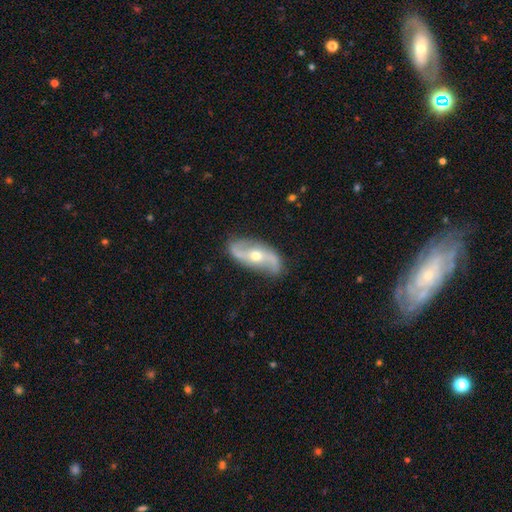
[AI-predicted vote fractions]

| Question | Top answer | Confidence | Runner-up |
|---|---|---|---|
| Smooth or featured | featured or disk | 86% | smooth (9%) |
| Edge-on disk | no | 93% | yes (7%) |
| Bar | no | 52% | weak (29%) |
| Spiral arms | yes | 94% | no (6%) |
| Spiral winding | loose | 70% | medium (22%) |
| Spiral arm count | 2 | 93% | can't tell (3%) |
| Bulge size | moderate | 61% | small (35%) |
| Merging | none | 82% | minor disturbance (13%) |